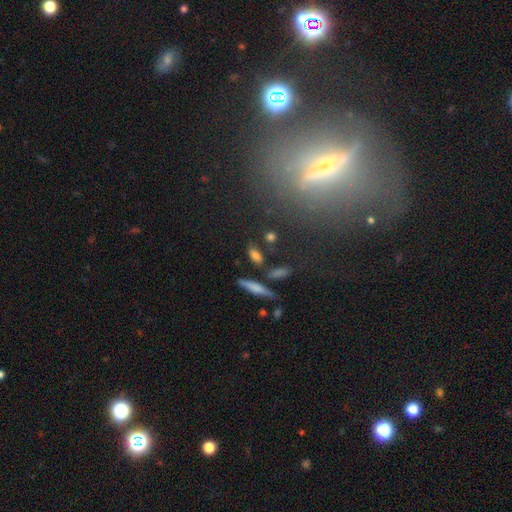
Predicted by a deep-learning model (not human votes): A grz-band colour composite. It shows a smooth galaxy with no disk features (69%) that is in between round and cigar-shaped (58%). Merging: none (76%).